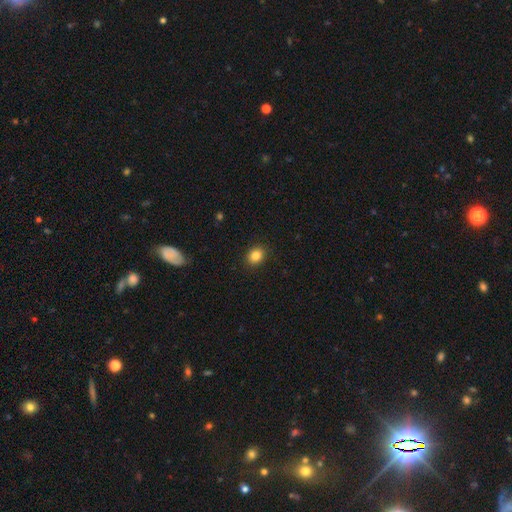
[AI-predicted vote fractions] smooth 85%, star or artifact 10%, featured or disk 5%. Down the decision tree: how rounded — round (52%); merging — none (90%).